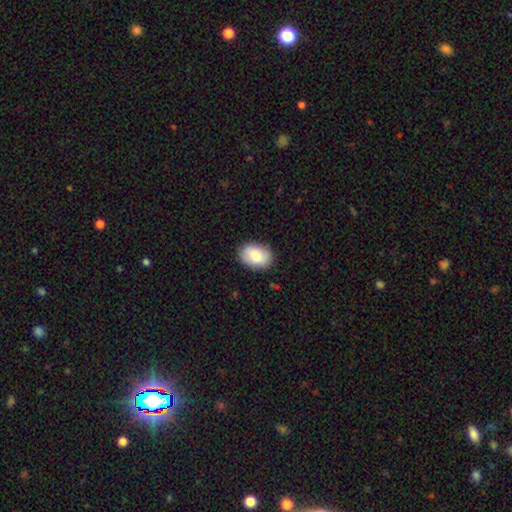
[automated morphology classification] The model was most divided on "how rounded": in between: 85%, round: 14%, cigar-shaped: 1%. More confident: merging — none (85%); smooth or featured — smooth (83%).